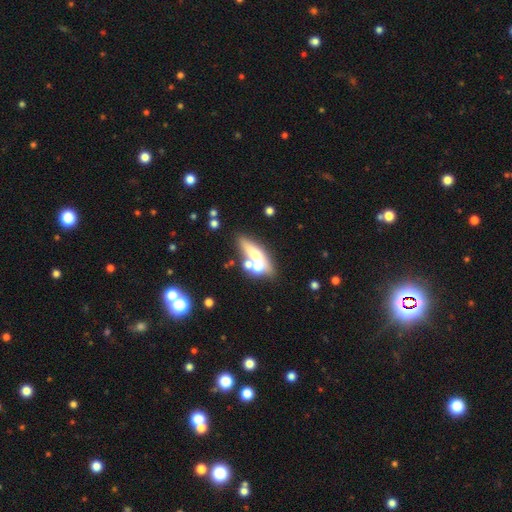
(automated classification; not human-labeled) A smooth galaxy with no disk features (50%) that is in between round and cigar-shaped (51%). Merging: none (47%).